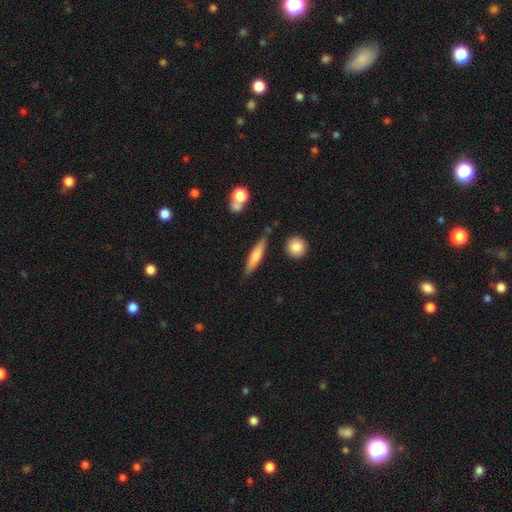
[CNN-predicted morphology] Smooth or featured: smooth — 66% (featured or disk — 28%)
How rounded: cigar-shaped — 81% (in between — 16%)
Merging: none — 80% (minor disturbance — 13%)